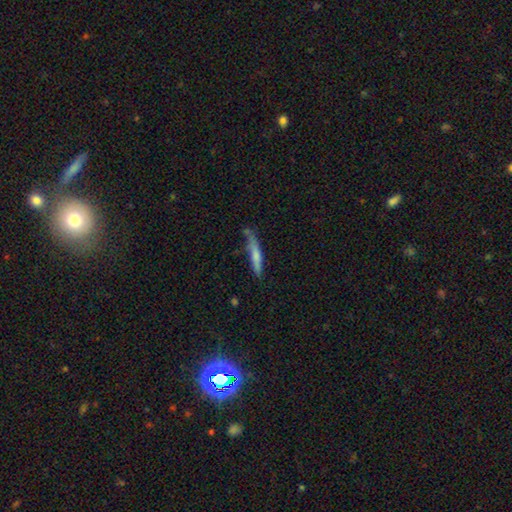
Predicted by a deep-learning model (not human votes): Smooth or featured: smooth — 64% (featured or disk — 29%)
How rounded: cigar-shaped — 92% (in between — 7%)
Merging: none — 62% (minor disturbance — 25%)